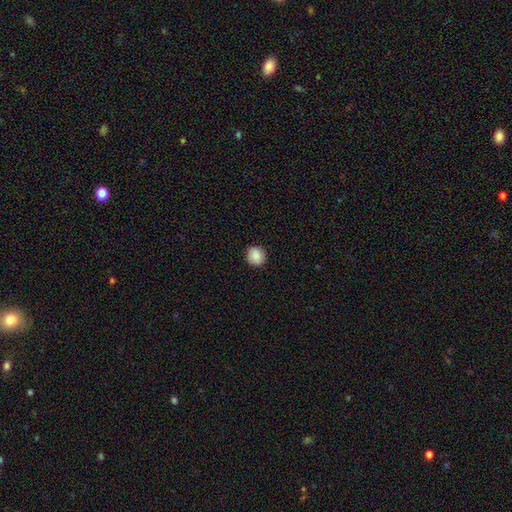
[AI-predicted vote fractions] Smooth or featured? smooth (86%)
How rounded? round (89%)
Merging? none (89%)